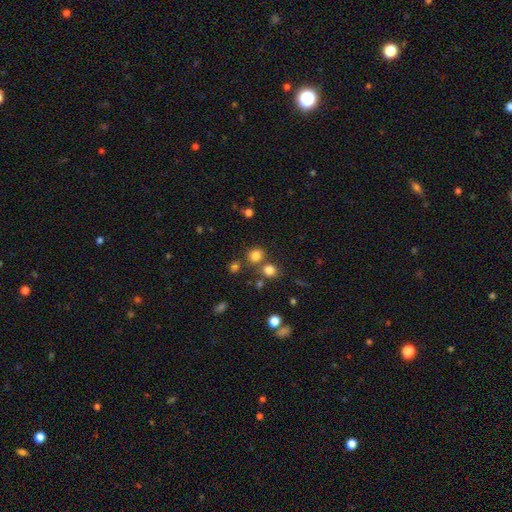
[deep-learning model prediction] Smooth or featured? smooth (78%)
How rounded? round (80%)
Merging? none (69%)